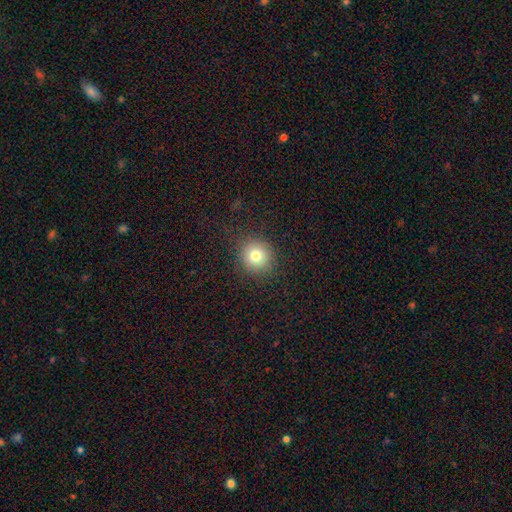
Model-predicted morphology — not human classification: Smooth or featured? Predicted: smooth (p=0.78). How rounded? Predicted: round (p=0.90). Merging? Predicted: none (p=0.87).